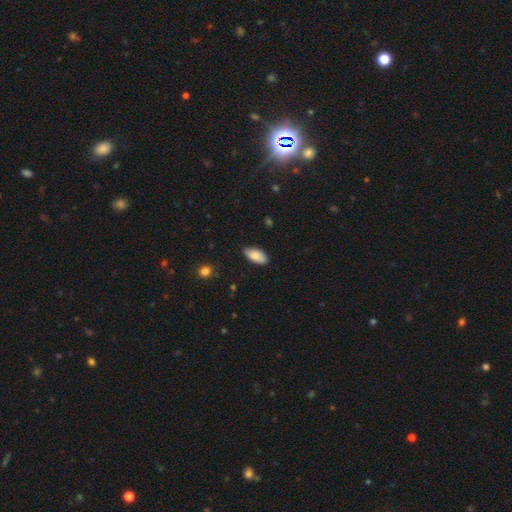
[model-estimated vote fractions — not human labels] Smooth or featured?
  - smooth: 83% *
  - featured or disk: 10%
  - star or artifact: 6%
How rounded?
  - in between: 92% *
  - cigar-shaped: 5%
  - round: 2%
Merging?
  - none: 83% *
  - minor disturbance: 14%
  - major disturbance: 2%
  - merger: 1%